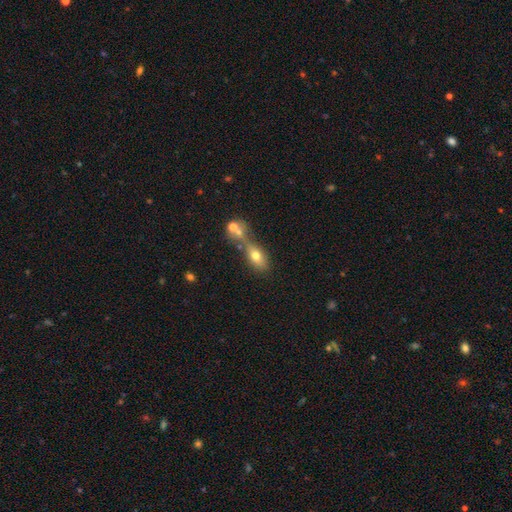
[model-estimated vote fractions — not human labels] Smooth or featured?
  - smooth: 69% *
  - featured or disk: 20%
  - star or artifact: 11%
How rounded?
  - in between: 73% *
  - round: 16%
  - cigar-shaped: 11%
Merging?
  - merger: 45% *
  - none: 34%
  - minor disturbance: 12%
  - major disturbance: 9%